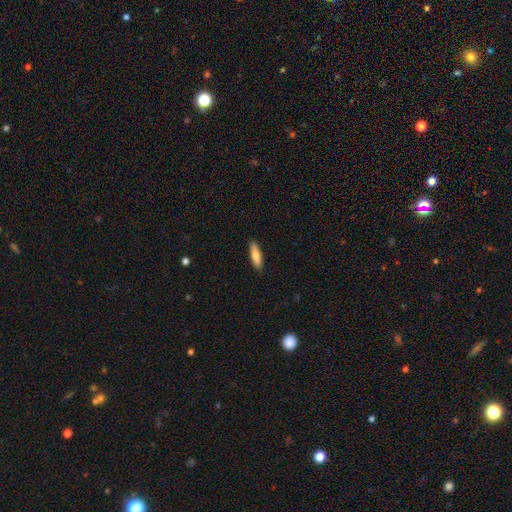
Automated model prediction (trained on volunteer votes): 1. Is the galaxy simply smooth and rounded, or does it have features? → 80% smooth, 15% featured or disk, 6% star or artifact.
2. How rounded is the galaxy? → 67% cigar-shaped, 31% in between, 2% round.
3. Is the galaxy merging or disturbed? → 89% none, 8% minor disturbance, 2% major disturbance, 1% merger.